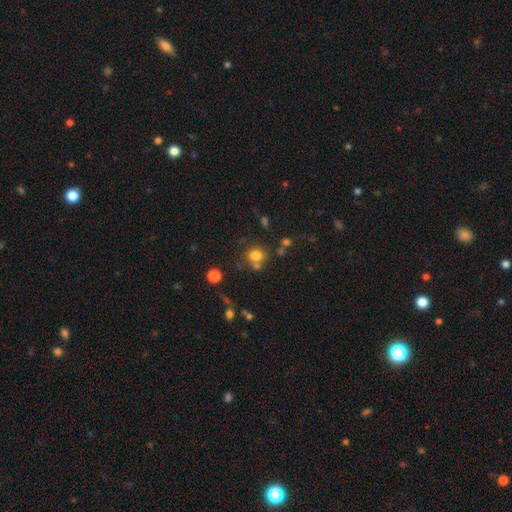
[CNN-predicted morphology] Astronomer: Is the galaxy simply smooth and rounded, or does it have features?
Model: smooth — 77%.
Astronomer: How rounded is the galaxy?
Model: round — 74%.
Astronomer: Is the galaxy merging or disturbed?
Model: none — 64%.